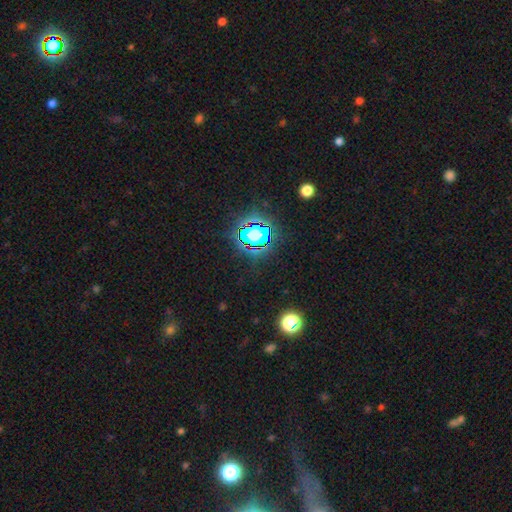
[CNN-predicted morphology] star or artifact 79%, smooth 13%, featured or disk 8%.